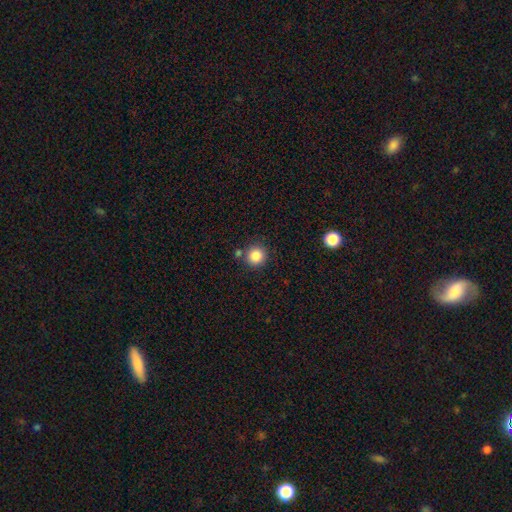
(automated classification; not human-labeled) Smooth or featured? Predicted: smooth (p=0.86). How rounded? Predicted: round (p=0.92). Merging? Predicted: none (p=0.81).